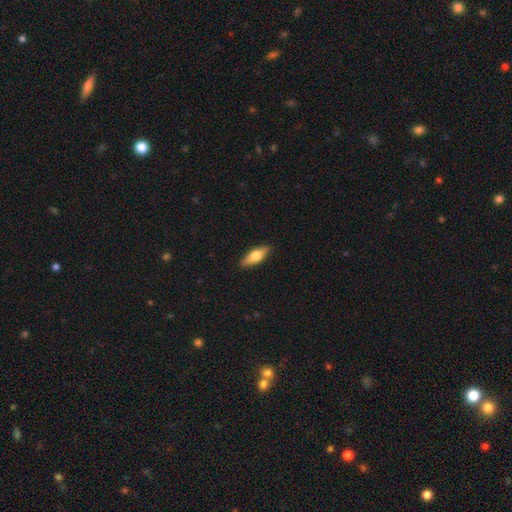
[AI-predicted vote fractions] Smooth or featured: smooth — 59% (featured or disk — 35%)
How rounded: in between — 58% (cigar-shaped — 39%)
Merging: none — 89% (minor disturbance — 8%)